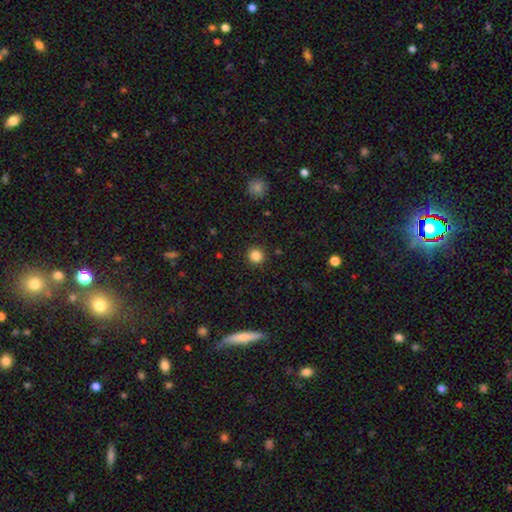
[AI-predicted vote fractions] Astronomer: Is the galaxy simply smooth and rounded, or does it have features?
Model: smooth — 84%.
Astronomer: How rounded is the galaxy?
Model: round — 93%.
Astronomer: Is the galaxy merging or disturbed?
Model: none — 91%.